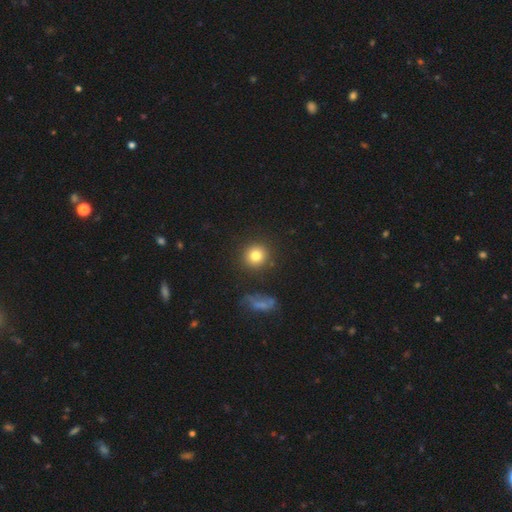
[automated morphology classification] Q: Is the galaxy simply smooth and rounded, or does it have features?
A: smooth — 81%.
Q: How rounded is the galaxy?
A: round — 90%.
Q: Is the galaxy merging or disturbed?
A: none — 87%.